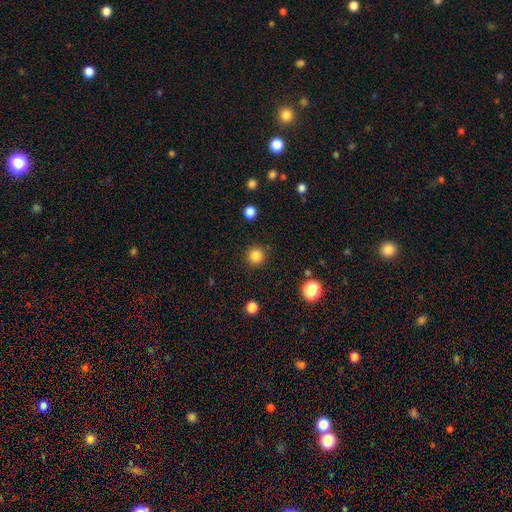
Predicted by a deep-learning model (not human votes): smooth_or_featured: smooth (p=0.84) [alt: star or artifact p=0.12]
how_rounded: round (p=0.95) [alt: in between p=0.04]
merging: none (p=0.91) [alt: minor disturbance p=0.06]